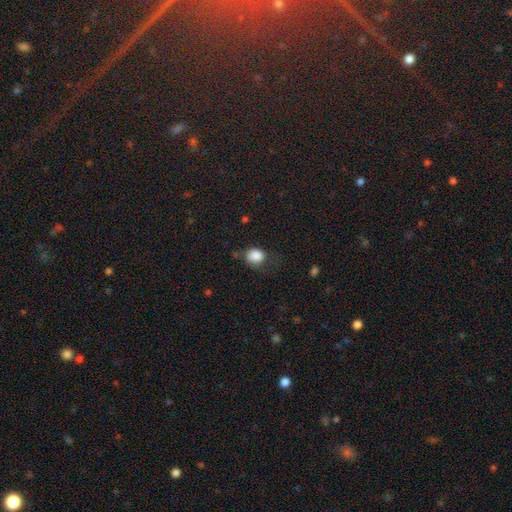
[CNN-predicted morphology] A smooth galaxy with no disk features (86%) that is round (55%). Merging: none (55%).